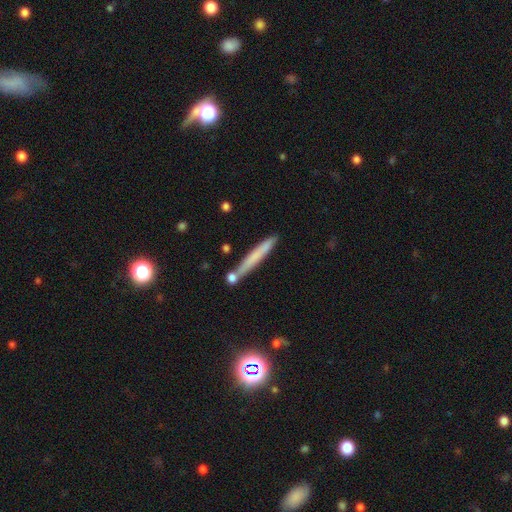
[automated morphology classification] smooth-or-featured: smooth: 62% | featured or disk: 30% | star or artifact: 8%
  how-rounded: cigar-shaped: 96% | in between: 3% | round: 1%
  merging: none: 80% | minor disturbance: 11% | merger: 7% | major disturbance: 2%